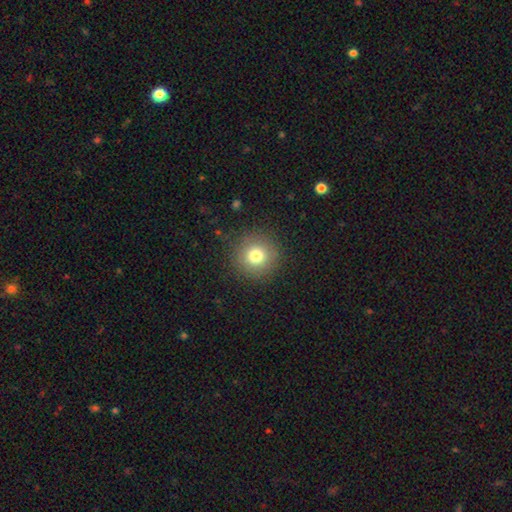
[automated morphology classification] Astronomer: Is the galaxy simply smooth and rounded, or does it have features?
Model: smooth — 78%.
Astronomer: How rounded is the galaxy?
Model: round — 94%.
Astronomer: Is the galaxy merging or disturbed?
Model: none — 87%.